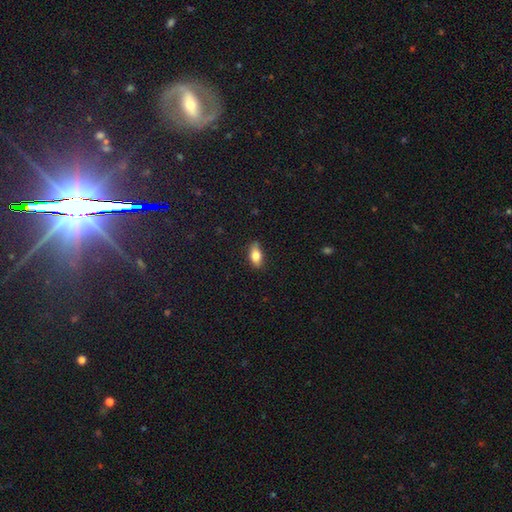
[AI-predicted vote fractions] smooth-or-featured: smooth: 81% | featured or disk: 11% | star or artifact: 8%
  how-rounded: in between: 86% | cigar-shaped: 8% | round: 6%
  merging: none: 77% | minor disturbance: 18% | major disturbance: 3% | merger: 1%